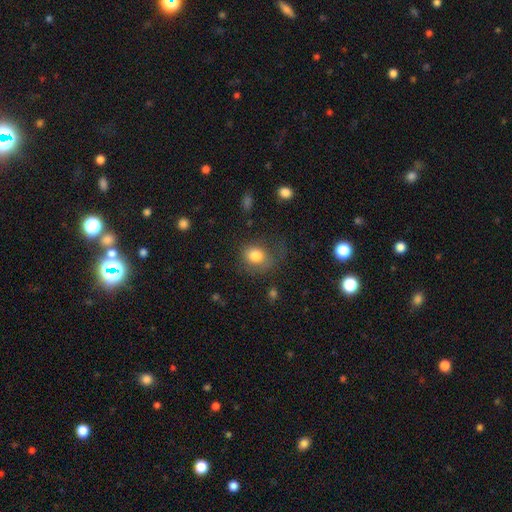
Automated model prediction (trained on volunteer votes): Smooth or featured?
  - smooth: 81% *
  - star or artifact: 10%
  - featured or disk: 9%
How rounded?
  - round: 62% *
  - in between: 37%
  - cigar-shaped: 1%
Merging?
  - none: 55% *
  - minor disturbance: 23%
  - major disturbance: 19%
  - merger: 2%